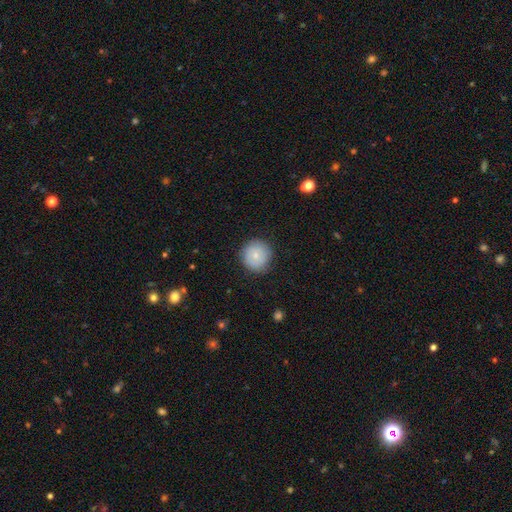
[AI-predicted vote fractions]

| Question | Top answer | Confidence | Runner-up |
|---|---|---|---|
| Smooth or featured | smooth | 75% | featured or disk (17%) |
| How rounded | round | 94% | in between (5%) |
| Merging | none | 84% | minor disturbance (12%) |